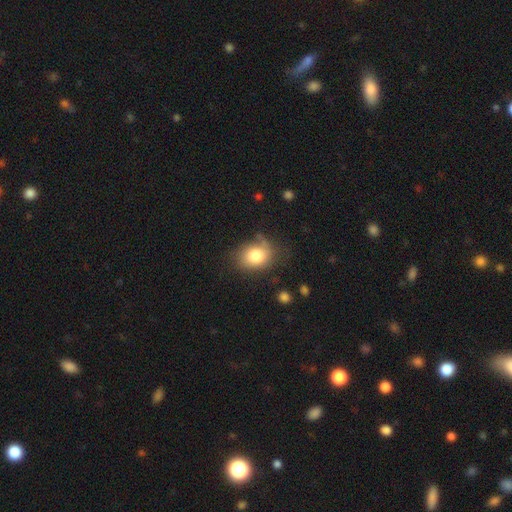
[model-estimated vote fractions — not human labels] This is clearly a smooth galaxy (80%). How rounded: possibly in between (59%). Merging: likely none (65%).